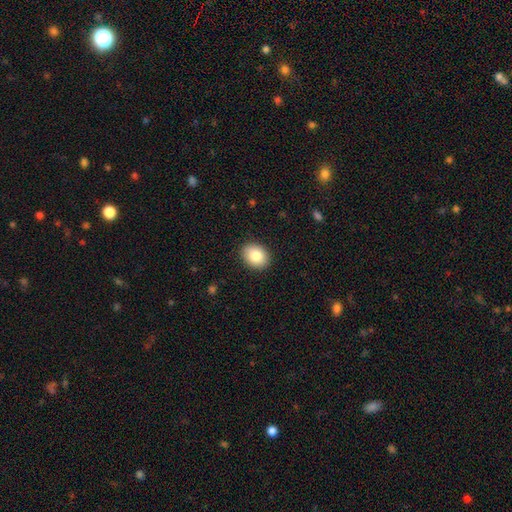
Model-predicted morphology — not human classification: smooth_or_featured: smooth (p=0.85) [alt: star or artifact p=0.08]
how_rounded: in between (p=0.60) [alt: round p=0.39]
merging: none (p=0.90) [alt: minor disturbance p=0.07]